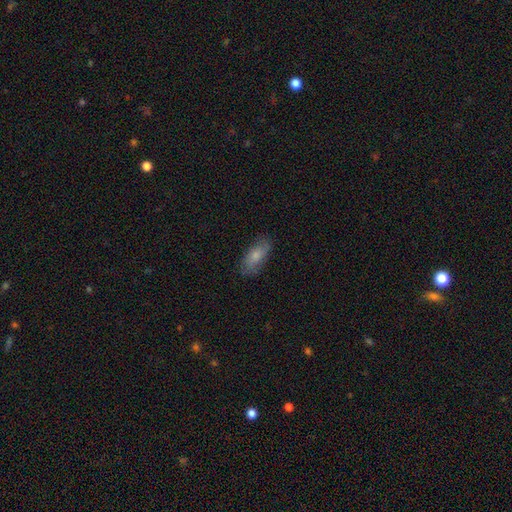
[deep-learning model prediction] smooth-or-featured: smooth: 71% | featured or disk: 22% | star or artifact: 7%
  how-rounded: in between: 85% | cigar-shaped: 12% | round: 3%
  merging: none: 78% | minor disturbance: 17% | major disturbance: 4% | merger: 1%